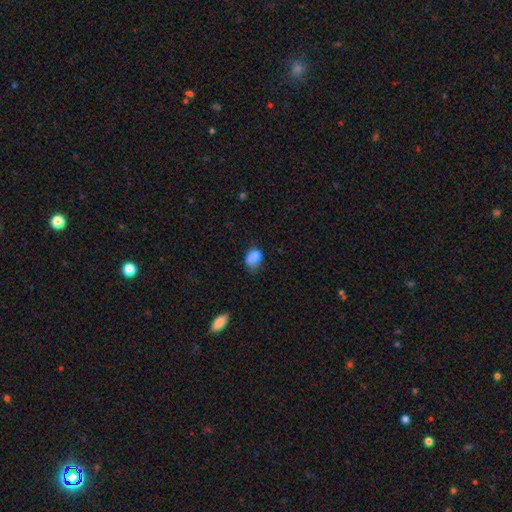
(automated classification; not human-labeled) Q: Smooth or featured?
A: smooth (78%); runner-up: featured or disk (12%)
Q: How rounded?
A: in between (65%); runner-up: round (34%)
Q: Merging?
A: minor disturbance (38%); runner-up: none (34%)